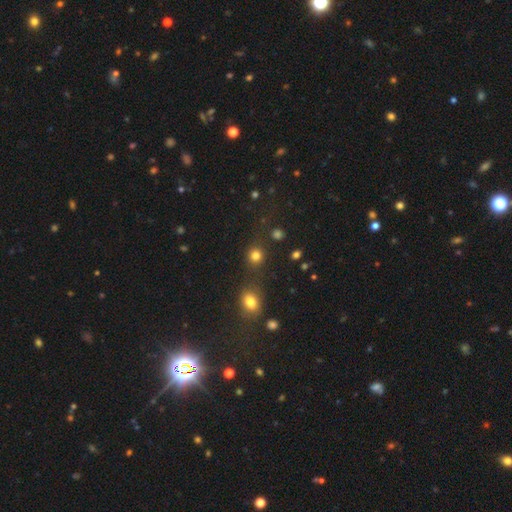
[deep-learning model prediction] Smooth or featured?
  - smooth: 80% *
  - star or artifact: 15%
  - featured or disk: 5%
How rounded?
  - round: 86% *
  - in between: 13%
  - cigar-shaped: 1%
Merging?
  - none: 77% *
  - merger: 10%
  - minor disturbance: 9%
  - major disturbance: 5%